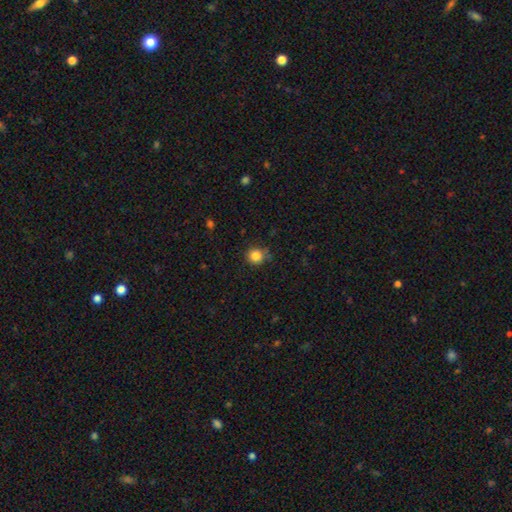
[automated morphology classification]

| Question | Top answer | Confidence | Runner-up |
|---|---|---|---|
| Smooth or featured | smooth | 83% | star or artifact (12%) |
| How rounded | round | 92% | in between (7%) |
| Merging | none | 81% | minor disturbance (12%) |